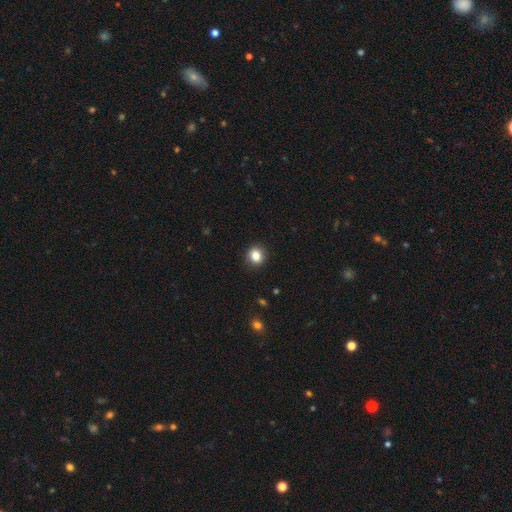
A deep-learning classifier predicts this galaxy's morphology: smooth_or_featured: smooth (p=0.84) [alt: star or artifact p=0.10]
how_rounded: round (p=0.83) [alt: in between p=0.16]
merging: none (p=0.90) [alt: minor disturbance p=0.07]